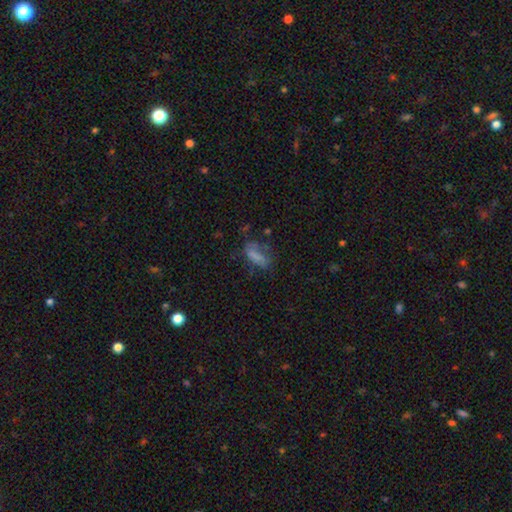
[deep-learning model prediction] The model was most divided on "merging": none: 39%, minor disturbance: 27%, major disturbance: 27%, merger: 6%. More confident: how rounded — in between (74%); smooth or featured — smooth (65%).